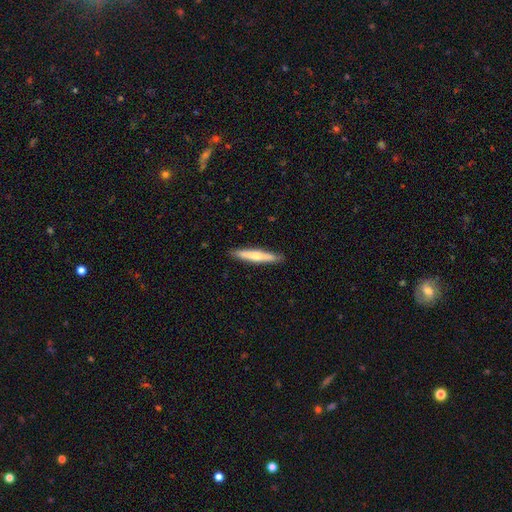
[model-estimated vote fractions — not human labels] Morphology: type=smooth (53%); roundness=cigar-shaped (93%); merging=none (90%).